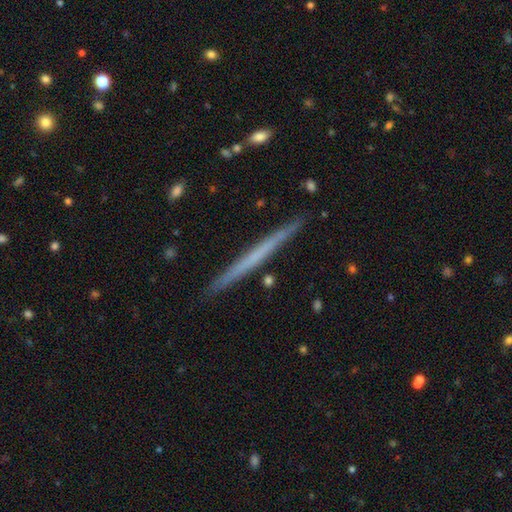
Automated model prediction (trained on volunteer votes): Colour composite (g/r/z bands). It shows a featured or disk galaxy (52%) viewed edge-on (98%) with no central bulge (91%). Merging: none (91%).